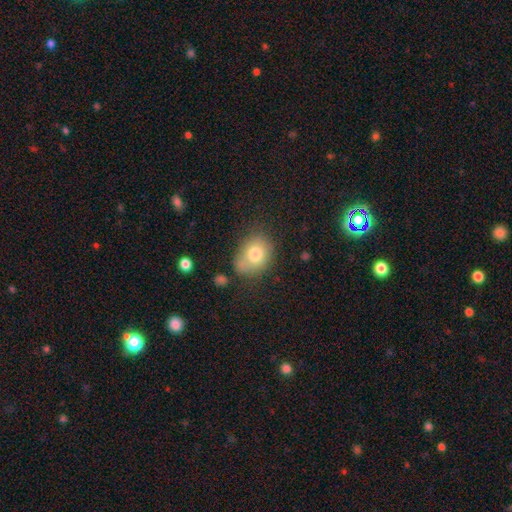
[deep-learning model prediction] Smooth or featured: smooth — 77% (featured or disk — 14%)
How rounded: in between — 57% (round — 42%)
Merging: none — 59% (minor disturbance — 25%)